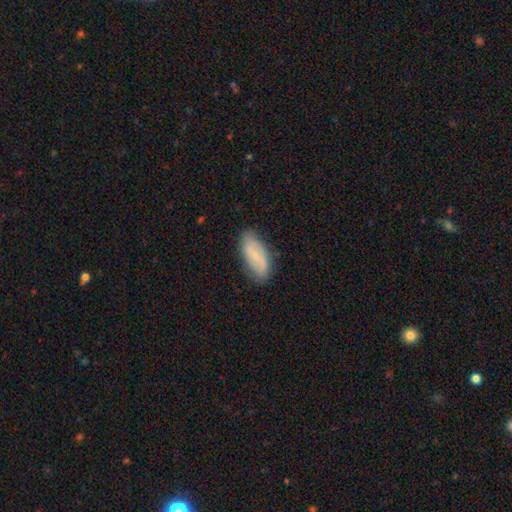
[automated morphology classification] This is possibly a smooth galaxy (54%). How rounded: clearly in between (86%). Merging: likely none (80%).